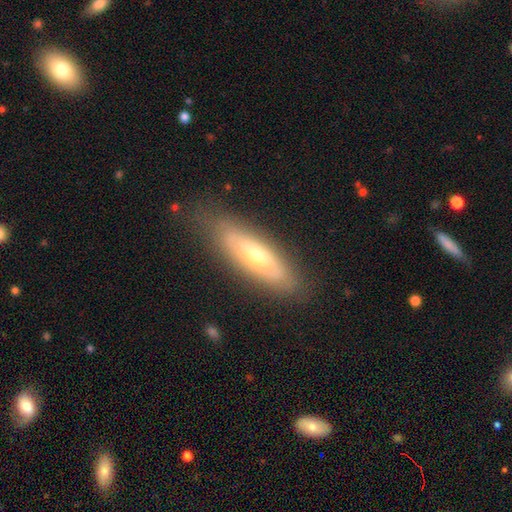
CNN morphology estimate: smooth_or_featured: featured or disk (p=0.53) [alt: smooth p=0.40]
disk_edge_on: no (p=0.68) [alt: yes p=0.32]
merging: none (p=0.76) [alt: minor disturbance p=0.18]